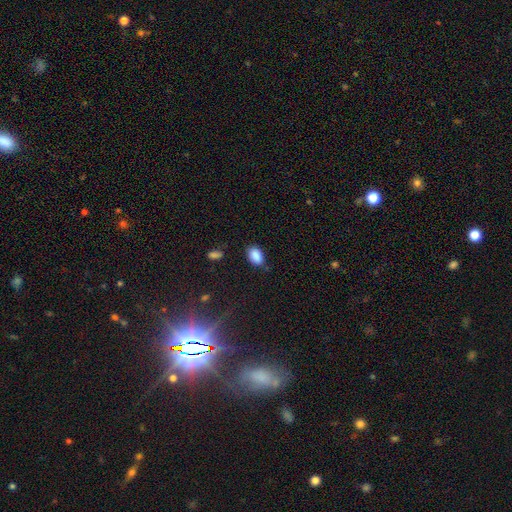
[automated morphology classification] smooth-or-featured: smooth: 88% | star or artifact: 8% | featured or disk: 4%
  how-rounded: in between: 89% | round: 10% | cigar-shaped: 1%
  merging: none: 76% | minor disturbance: 18% | major disturbance: 4% | merger: 2%